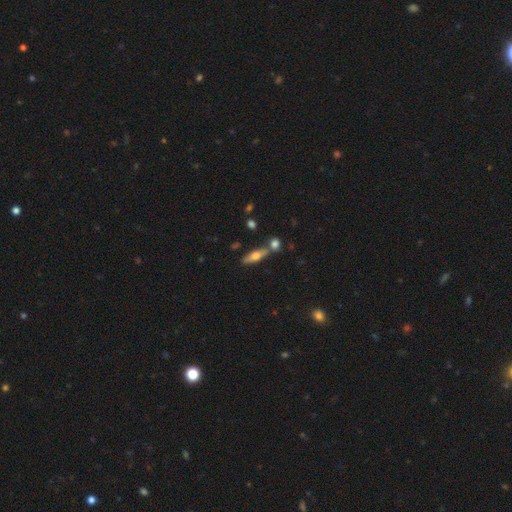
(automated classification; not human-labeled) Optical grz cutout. It shows a smooth galaxy with no disk features (57%) that is cigar-shaped (54%). Merging: none (64%).